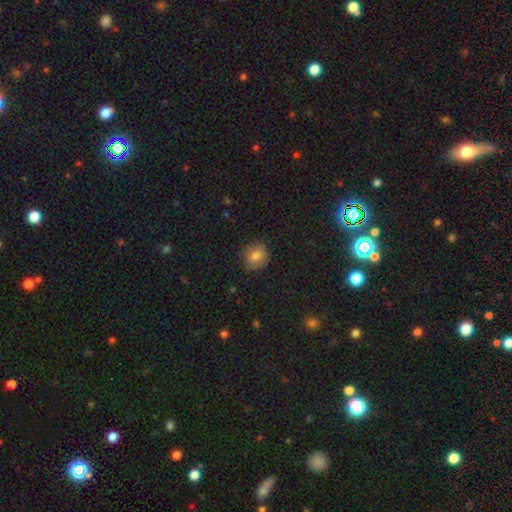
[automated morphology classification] smooth 80%, star or artifact 11%, featured or disk 10%. Down the decision tree: how rounded — round (79%); merging — none (81%).